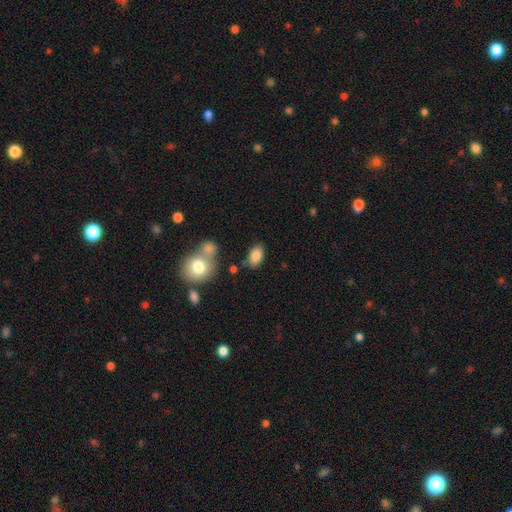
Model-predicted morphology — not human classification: Smooth or featured?
  - smooth: 85% *
  - star or artifact: 8%
  - featured or disk: 7%
How rounded?
  - in between: 91% *
  - round: 8%
  - cigar-shaped: 2%
Merging?
  - none: 74% *
  - minor disturbance: 14%
  - merger: 8%
  - major disturbance: 4%